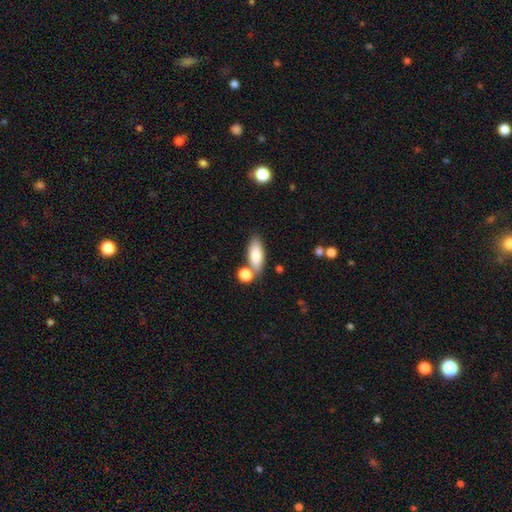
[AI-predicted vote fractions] Smooth or featured? smooth (82%)
How rounded? in between (76%)
Merging? none (62%)